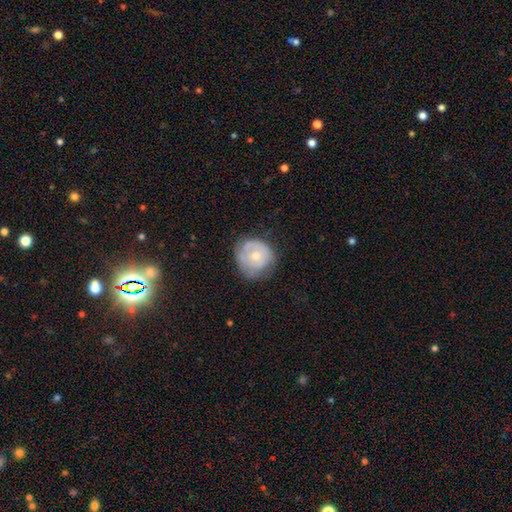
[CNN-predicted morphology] A smooth galaxy with no disk features (51%) that is round (83%). Merging: none (59%).